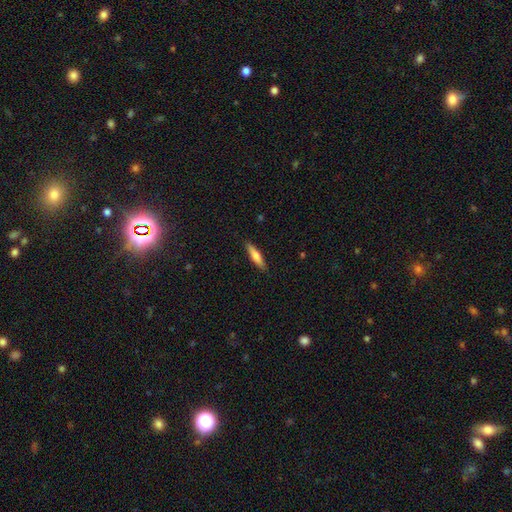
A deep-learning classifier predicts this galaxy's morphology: smooth-or-featured: smooth: 67% | featured or disk: 27% | star or artifact: 6%
  how-rounded: cigar-shaped: 78% | in between: 20% | round: 2%
  merging: none: 88% | minor disturbance: 9% | major disturbance: 2% | merger: 1%